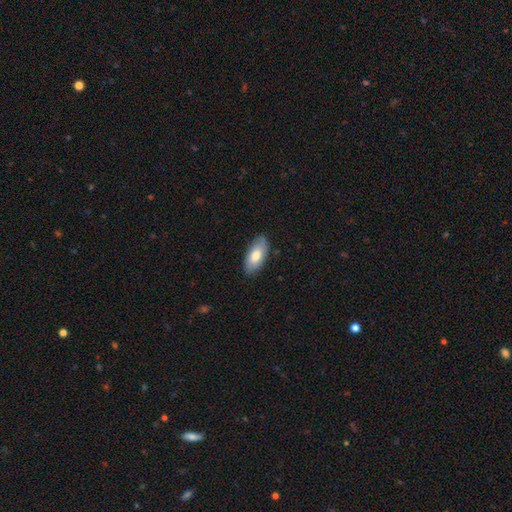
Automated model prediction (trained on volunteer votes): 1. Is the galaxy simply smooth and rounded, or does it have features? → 75% smooth, 20% featured or disk, 6% star or artifact.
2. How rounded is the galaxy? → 92% in between, 6% cigar-shaped, 2% round.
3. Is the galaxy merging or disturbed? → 83% none, 14% minor disturbance, 2% major disturbance, 1% merger.